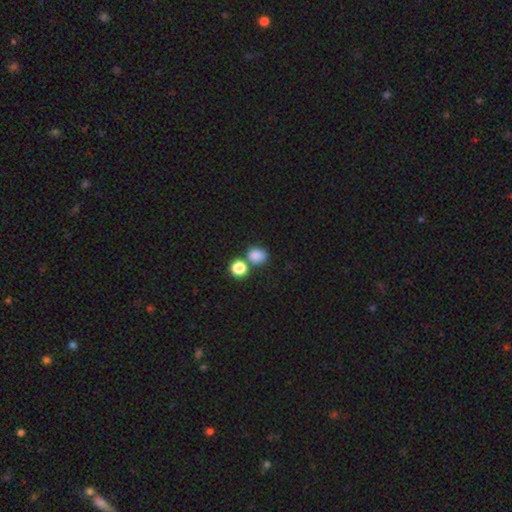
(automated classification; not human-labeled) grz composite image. It shows a smooth galaxy with no disk features (83%) that is round (58%). Merging: none (58%).